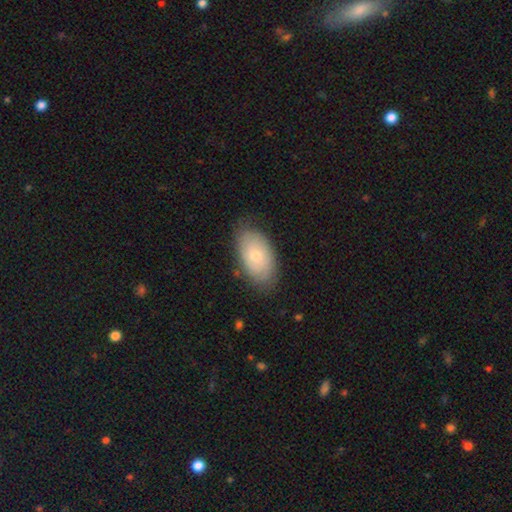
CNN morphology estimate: Smooth or featured? smooth (50%)
How rounded? in between (92%)
Merging? none (78%)